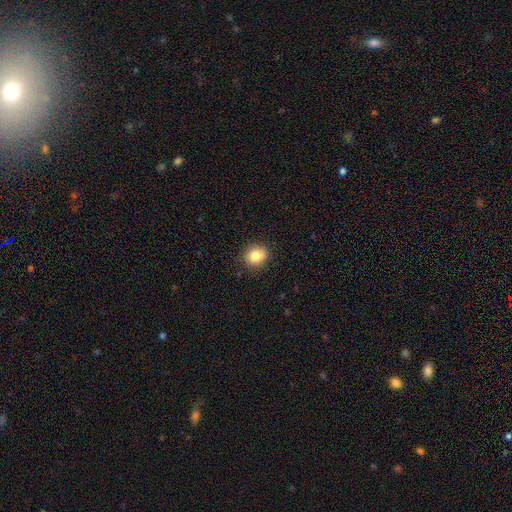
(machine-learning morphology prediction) This is clearly a smooth galaxy (83%). How rounded: likely round (76%). Merging: clearly none (86%).